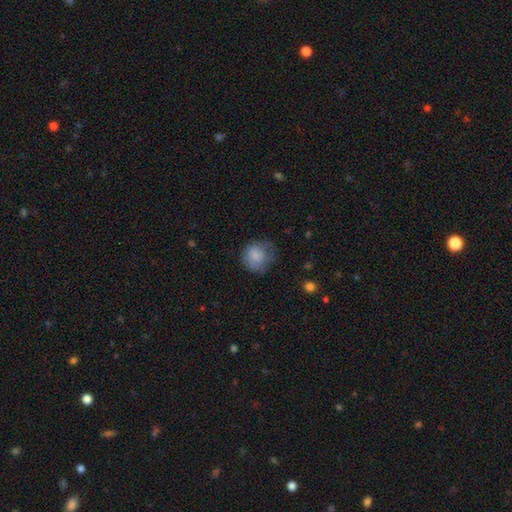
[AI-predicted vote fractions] A smooth galaxy with no disk features (81%) that is round (80%).

Vote fractions:
- Smooth or featured? smooth: 81% / featured or disk: 11% / star or artifact: 8%
- How rounded? round: 80% / in between: 19% / cigar-shaped: 1%
- Merging? none: 54% / minor disturbance: 30% / major disturbance: 15% / merger: 1%